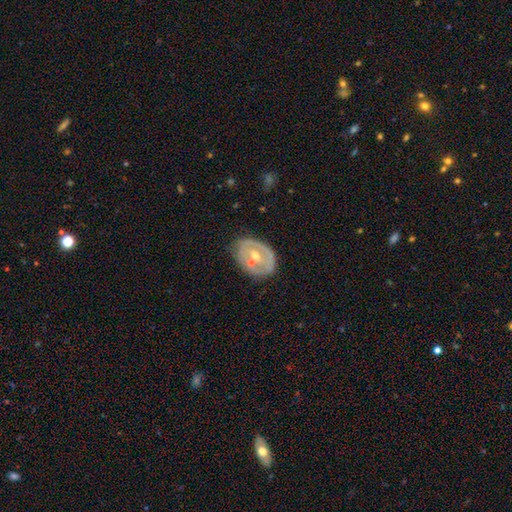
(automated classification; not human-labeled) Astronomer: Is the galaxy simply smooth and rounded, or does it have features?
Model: featured or disk — 66%.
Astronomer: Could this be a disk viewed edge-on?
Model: no — 95%.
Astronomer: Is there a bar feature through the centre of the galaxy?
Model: no — 62%.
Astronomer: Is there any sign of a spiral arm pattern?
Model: no — 67%.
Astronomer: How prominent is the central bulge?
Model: moderate — 64%.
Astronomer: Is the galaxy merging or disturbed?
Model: none — 71%.